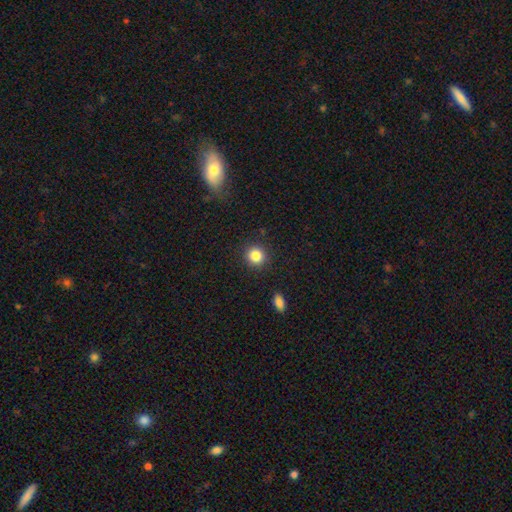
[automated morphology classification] type=smooth (85%); roundness=round (92%); merging=none (90%).